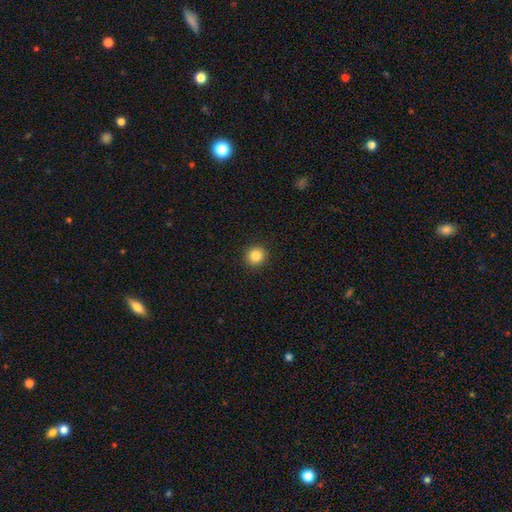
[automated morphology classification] smooth-or-featured: smooth: 84% | star or artifact: 11% | featured or disk: 5%
  how-rounded: round: 93% | in between: 6% | cigar-shaped: 1%
  merging: none: 93% | minor disturbance: 4% | major disturbance: 2% | merger: 1%